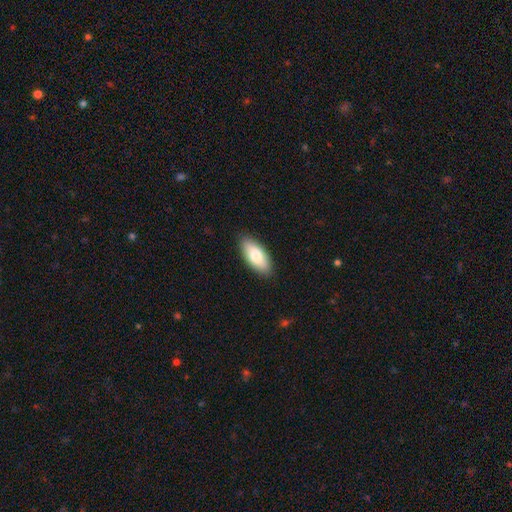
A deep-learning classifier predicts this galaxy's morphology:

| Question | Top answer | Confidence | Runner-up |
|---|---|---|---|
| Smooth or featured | smooth | 79% | featured or disk (15%) |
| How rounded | in between | 87% | cigar-shaped (11%) |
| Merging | none | 88% | minor disturbance (9%) |